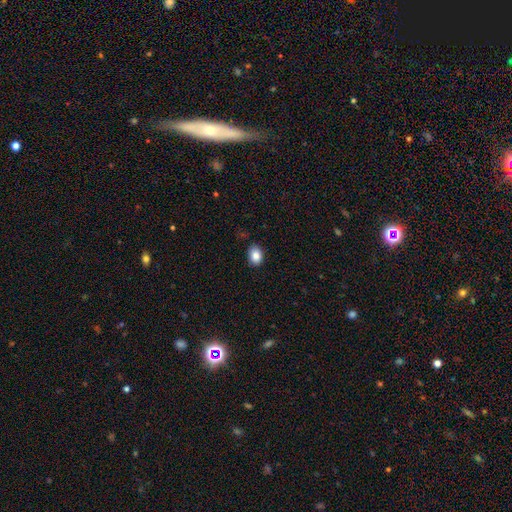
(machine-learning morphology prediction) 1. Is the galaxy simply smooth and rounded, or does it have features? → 86% smooth, 9% star or artifact, 6% featured or disk.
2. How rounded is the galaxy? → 74% in between, 25% round, 1% cigar-shaped.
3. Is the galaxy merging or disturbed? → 85% none, 11% minor disturbance, 2% major disturbance, 1% merger.